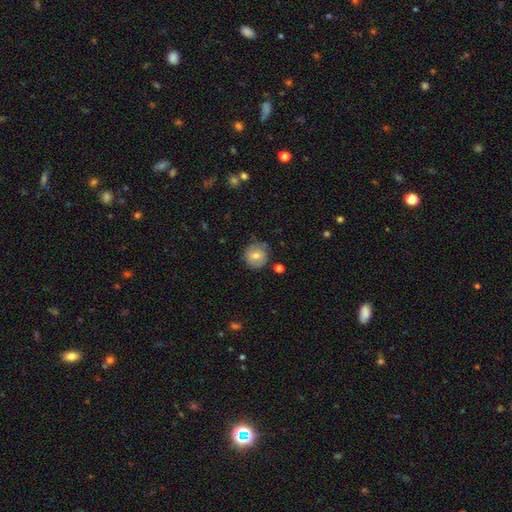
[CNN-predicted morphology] Smooth or featured? smooth (67%)
How rounded? round (86%)
Merging? none (75%)